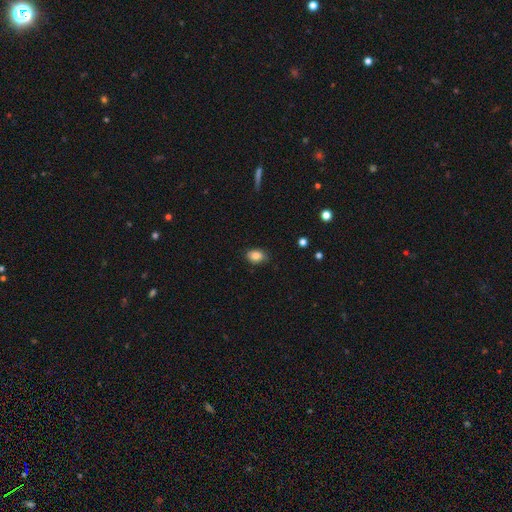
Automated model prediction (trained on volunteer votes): A smooth galaxy with no disk features (85%) that is in between round and cigar-shaped (71%).

Vote fractions:
- Smooth or featured? smooth: 85% / star or artifact: 9% / featured or disk: 6%
- How rounded? in between: 71% / round: 28% / cigar-shaped: 1%
- Merging? none: 80% / minor disturbance: 16% / major disturbance: 3% / merger: 1%